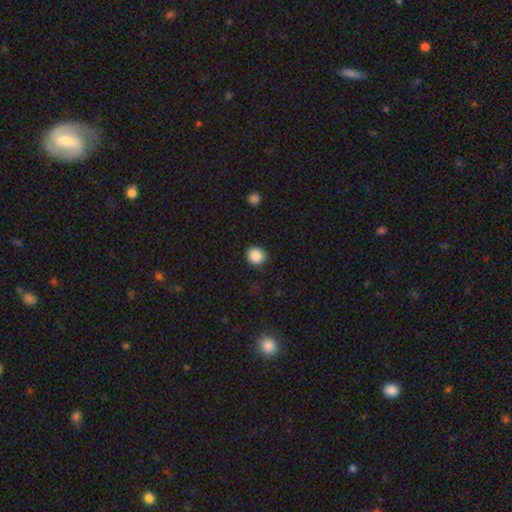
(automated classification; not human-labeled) Smooth or featured? Predicted: smooth (p=0.88). How rounded? Predicted: round (p=0.88). Merging? Predicted: none (p=0.89).